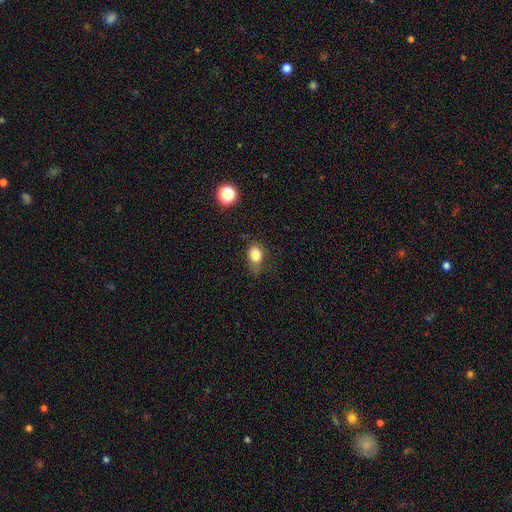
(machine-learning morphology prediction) smooth_or_featured: smooth (p=0.81) [alt: star or artifact p=0.11]
how_rounded: in between (p=0.74) [alt: round p=0.24]
merging: none (p=0.52) [alt: minor disturbance p=0.32]